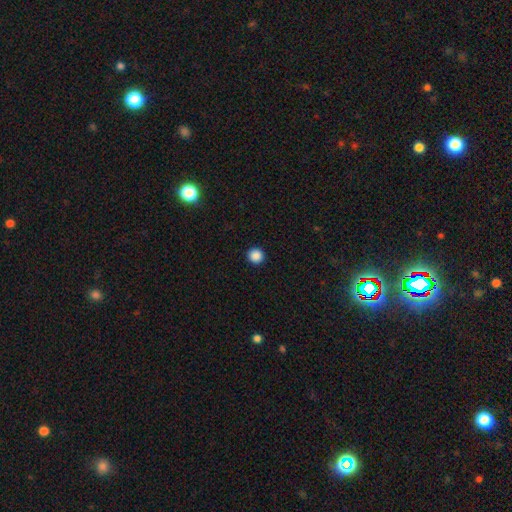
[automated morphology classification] smooth-or-featured: smooth: 87% | star or artifact: 10% | featured or disk: 2%
  how-rounded: round: 95% | in between: 4% | cigar-shaped: 1%
  merging: none: 93% | minor disturbance: 4% | major disturbance: 2% | merger: 1%